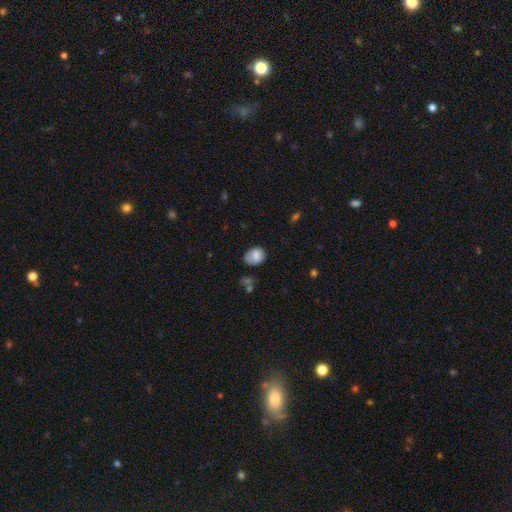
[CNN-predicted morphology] Smooth or featured: smooth — 79% (featured or disk — 12%)
How rounded: in between — 53% (round — 46%)
Merging: none — 59% (minor disturbance — 28%)